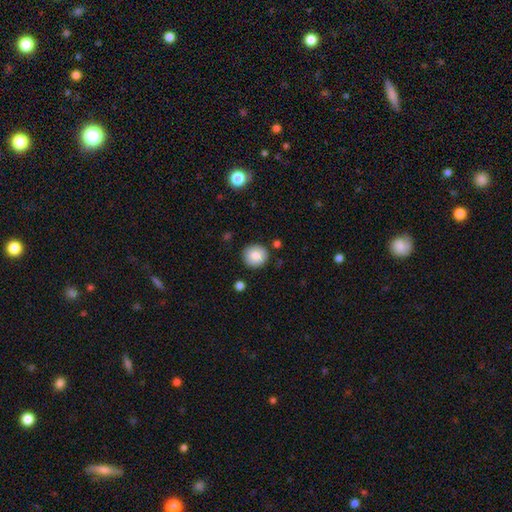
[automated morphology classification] smooth 82%, featured or disk 10%, star or artifact 8%. Down the decision tree: how rounded — round (92%); merging — none (88%).